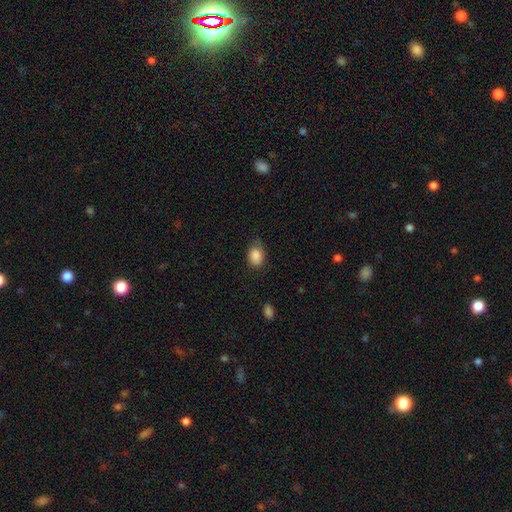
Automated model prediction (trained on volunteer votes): Morphology: type=smooth (87%); roundness=in between (69%); merging=none (68%).